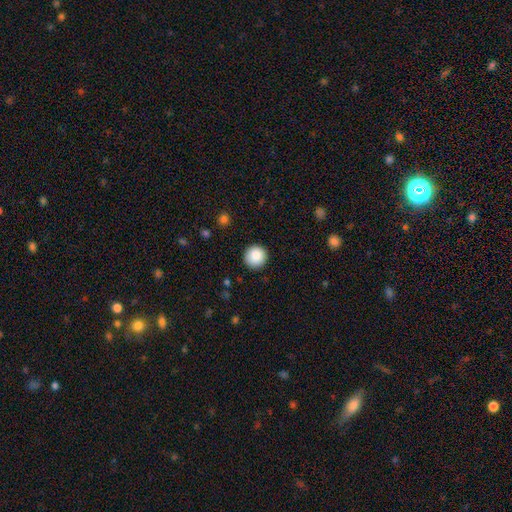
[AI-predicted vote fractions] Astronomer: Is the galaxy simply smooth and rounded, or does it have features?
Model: smooth — 88%.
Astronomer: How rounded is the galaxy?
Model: round — 95%.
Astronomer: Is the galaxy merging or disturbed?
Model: none — 91%.